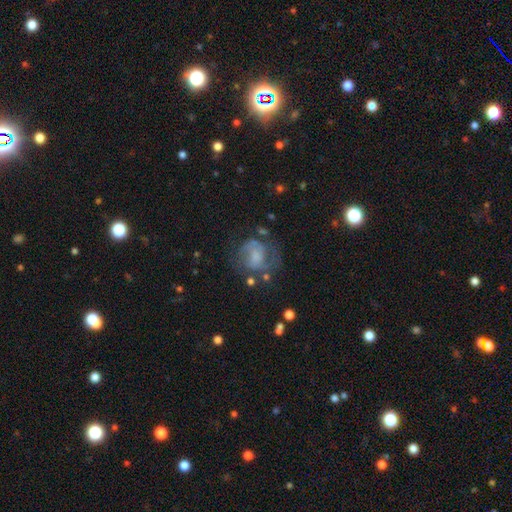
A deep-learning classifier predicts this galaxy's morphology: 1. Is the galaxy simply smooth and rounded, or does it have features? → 59% featured or disk, 30% smooth, 11% star or artifact.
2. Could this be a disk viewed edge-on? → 98% no, 2% yes.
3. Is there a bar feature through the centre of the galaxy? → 58% no, 34% weak, 8% strong.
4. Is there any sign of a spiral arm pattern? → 76% yes, 24% no.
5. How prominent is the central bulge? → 31% small, 29% moderate, 27% none, 11% large, 2% dominant.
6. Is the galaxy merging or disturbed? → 52% none, 22% major disturbance, 21% minor disturbance, 4% merger.